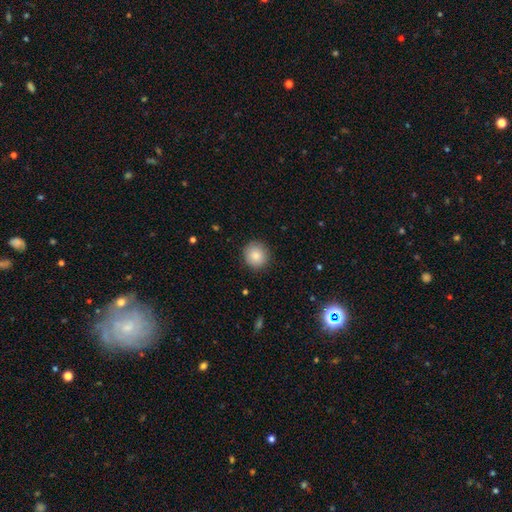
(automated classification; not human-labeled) Overall: smooth (86%). How rounded: round (93%). Merging: none (89%).